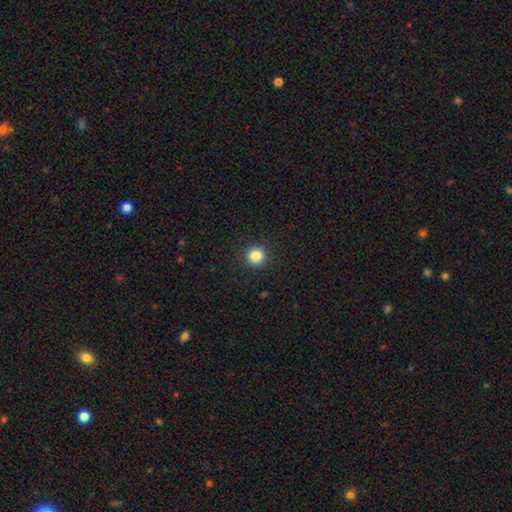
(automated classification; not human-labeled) smooth_or_featured: smooth (p=0.85) [alt: star or artifact p=0.11]
how_rounded: round (p=0.95) [alt: in between p=0.04]
merging: none (p=0.93) [alt: minor disturbance p=0.05]